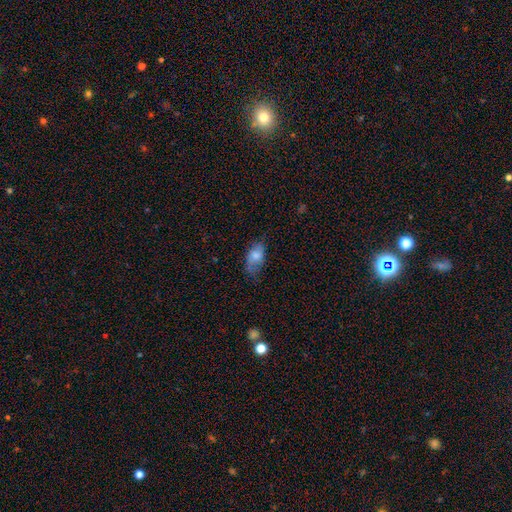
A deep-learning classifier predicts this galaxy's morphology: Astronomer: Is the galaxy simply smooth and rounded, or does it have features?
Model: smooth — 73%.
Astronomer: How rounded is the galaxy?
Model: in between — 90%.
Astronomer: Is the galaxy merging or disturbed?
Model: none — 56% (runner-up: minor disturbance, 32%).